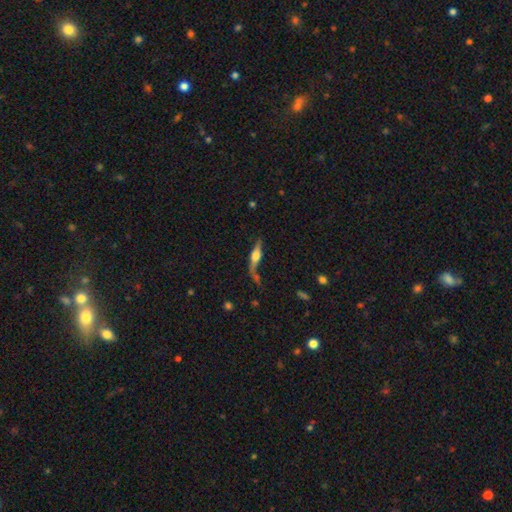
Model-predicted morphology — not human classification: smooth-or-featured: featured or disk: 69% | smooth: 24% | star or artifact: 7%
  disk-edge-on: yes: 91% | no: 9%
    edge-on-bulge: rounded: 91% | boxy: 6% | none: 3%
  merging: none: 55% | minor disturbance: 19% | merger: 13% | major disturbance: 12%